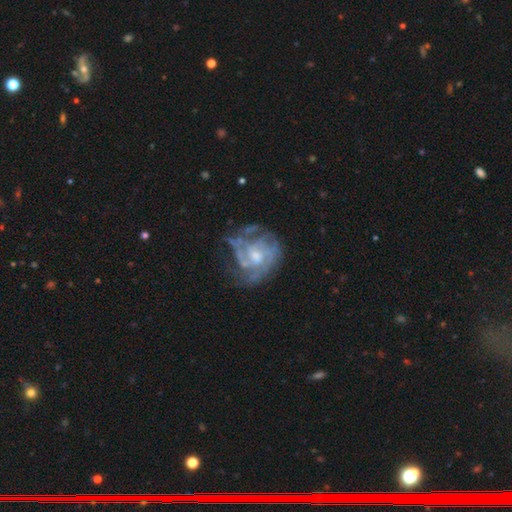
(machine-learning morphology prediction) The model was most divided on "spiral winding": tight: 54%, medium: 34%, loose: 12%. Remaining: edge-on disk — no (98%); spiral arms — yes (83%); smooth or featured — featured or disk (81%); bar — no (70%); bulge size — moderate (58%); merging — none (52%); spiral arm count — can't tell (43%).